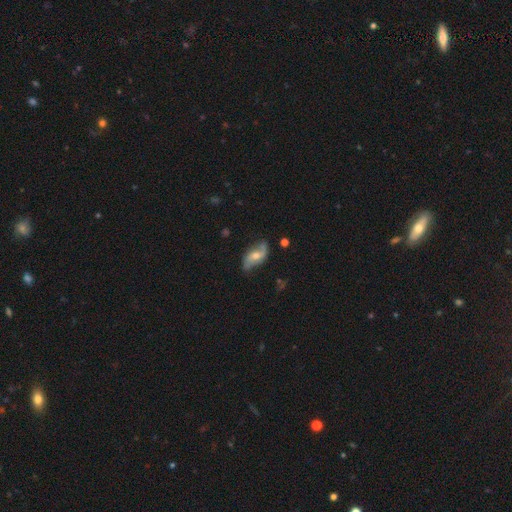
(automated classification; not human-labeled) Smooth or featured: featured or disk — 74% (smooth — 20%)
Edge-on disk: no — 93% (yes — 7%)
Bar: no — 54% (weak — 34%)
Spiral arms: yes — 90% (no — 10%)
Spiral winding: loose — 70% (medium — 22%)
Spiral arm count: 2 — 90% (can't tell — 5%)
Bulge size: moderate — 63% (small — 30%)
Merging: none — 73% (minor disturbance — 20%)